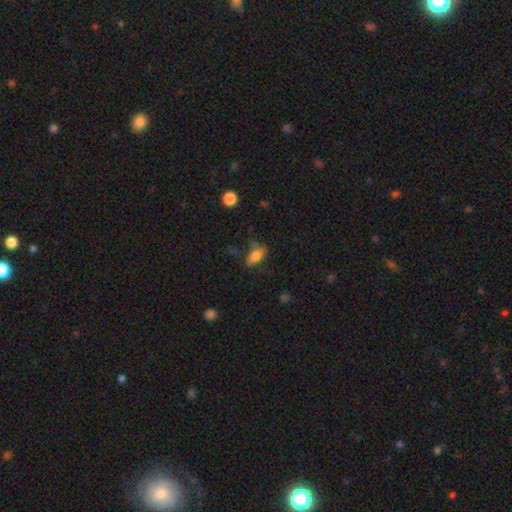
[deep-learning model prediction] smooth 75%, featured or disk 15%, star or artifact 10%. Down the decision tree: how rounded — in between (85%); merging — none (53%).